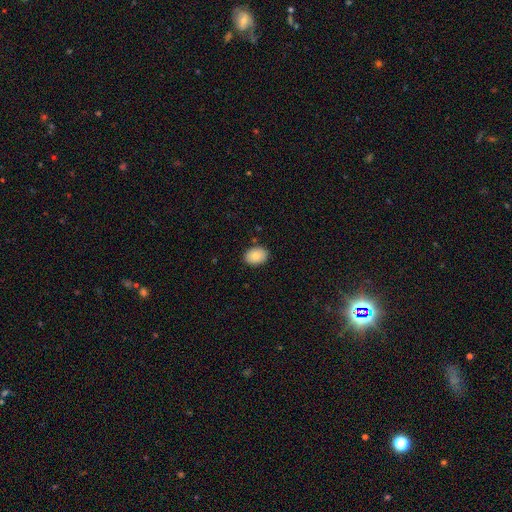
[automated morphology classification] A smooth galaxy with no disk features (85%) that is in between round and cigar-shaped (73%). Merging: none (87%).